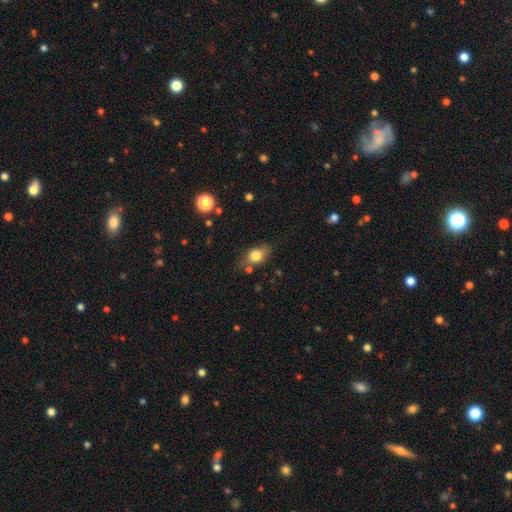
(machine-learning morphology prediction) type=smooth (74%); roundness=in between (75%); merging=none (66%).